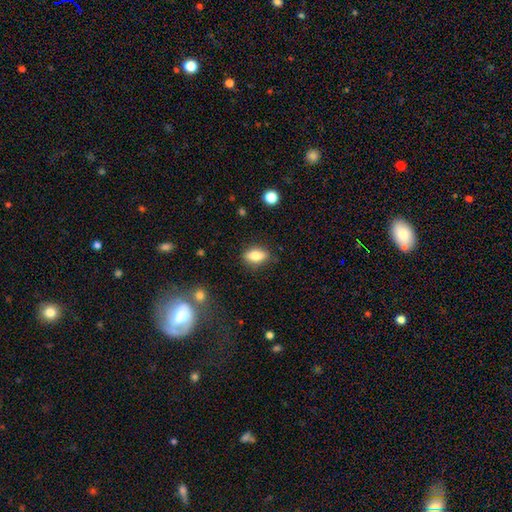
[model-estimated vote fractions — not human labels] smooth 77%, featured or disk 15%, star or artifact 8%. Down the decision tree: how rounded — in between (81%); merging — none (84%).